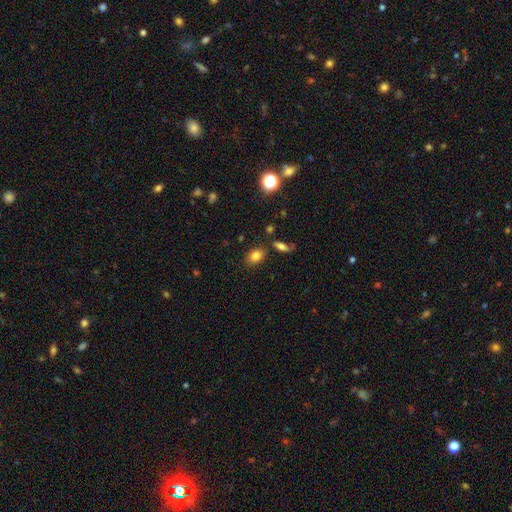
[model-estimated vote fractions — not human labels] A smooth galaxy with no disk features (82%) that is in between round and cigar-shaped (72%).

Vote fractions:
- Smooth or featured? smooth: 82% / star or artifact: 11% / featured or disk: 7%
- How rounded? in between: 72% / round: 27% / cigar-shaped: 2%
- Merging? none: 81% / minor disturbance: 11% / merger: 5% / major disturbance: 3%